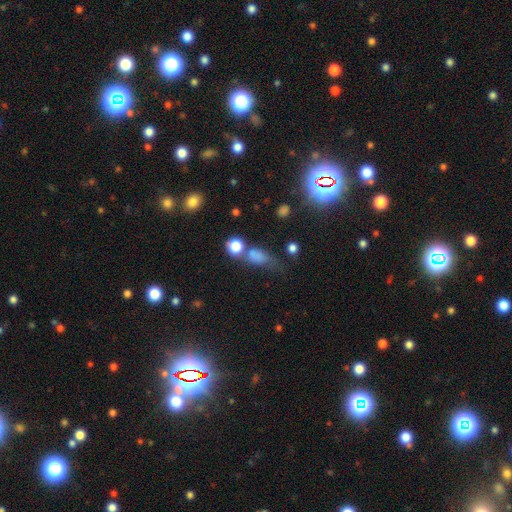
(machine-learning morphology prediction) The model was most divided on "merging": none: 39%, minor disturbance: 22%, merger: 21%, major disturbance: 18%. More confident: smooth or featured — smooth (73%); how rounded — in between (55%).